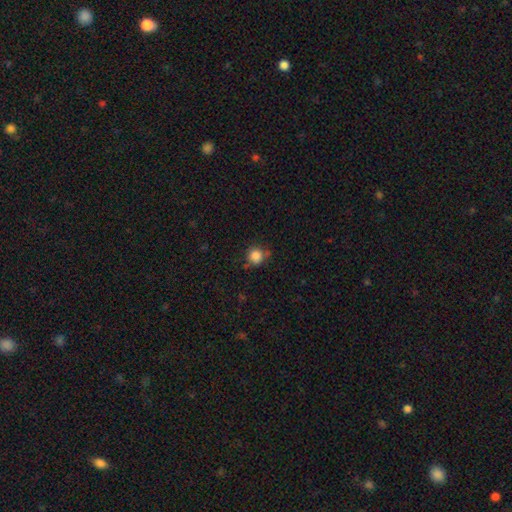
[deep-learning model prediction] A smooth galaxy with no disk features (84%) that is round (91%).

Vote fractions:
- Smooth or featured? smooth: 84% / star or artifact: 11% / featured or disk: 5%
- How rounded? round: 91% / in between: 8% / cigar-shaped: 1%
- Merging? none: 72% / minor disturbance: 17% / merger: 7% / major disturbance: 4%